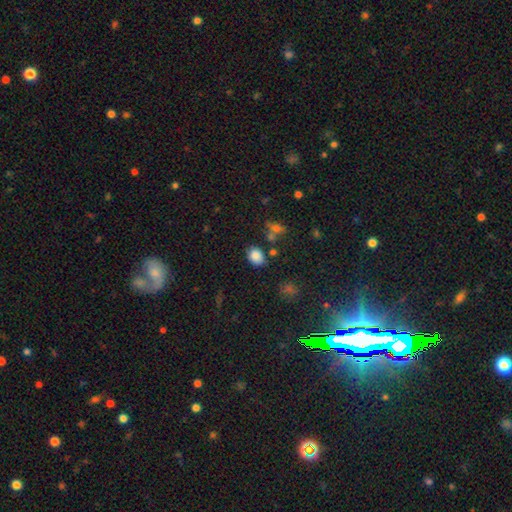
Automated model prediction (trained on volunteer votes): smooth_or_featured: smooth (p=0.84) [alt: star or artifact p=0.11]
how_rounded: in between (p=0.61) [alt: round p=0.38]
merging: none (p=0.76) [alt: minor disturbance p=0.14]